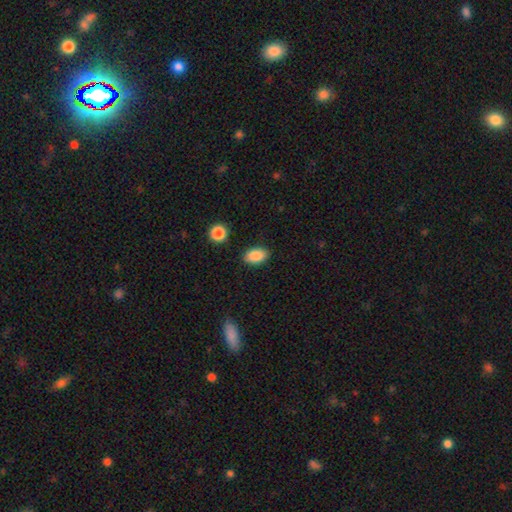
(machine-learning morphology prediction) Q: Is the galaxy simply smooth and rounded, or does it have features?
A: smooth — 88%.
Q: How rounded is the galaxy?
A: in between — 89%.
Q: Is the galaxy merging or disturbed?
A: none — 87%.